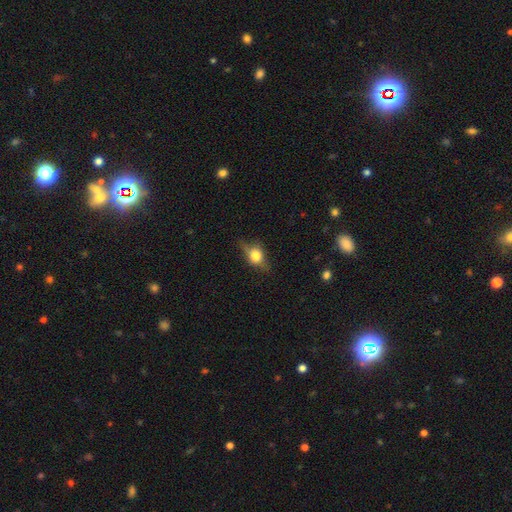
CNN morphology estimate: This appears to be a smooth galaxy with no disk features (54%) that is in between round and cigar-shaped (49%). Merging: none (72%).